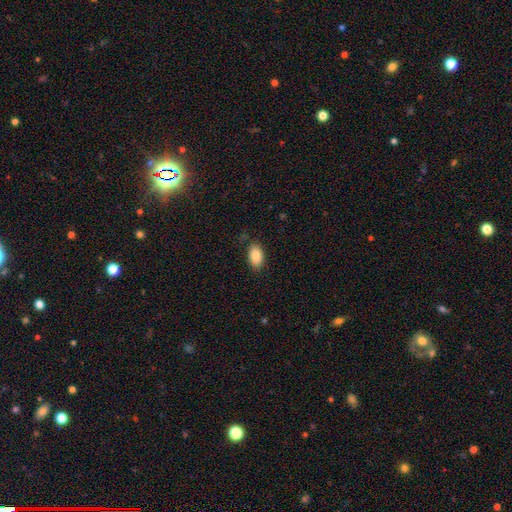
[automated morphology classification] Smooth or featured?
  - smooth: 85% *
  - star or artifact: 8%
  - featured or disk: 7%
How rounded?
  - in between: 92% *
  - round: 5%
  - cigar-shaped: 2%
Merging?
  - none: 82% *
  - minor disturbance: 14%
  - major disturbance: 3%
  - merger: 1%